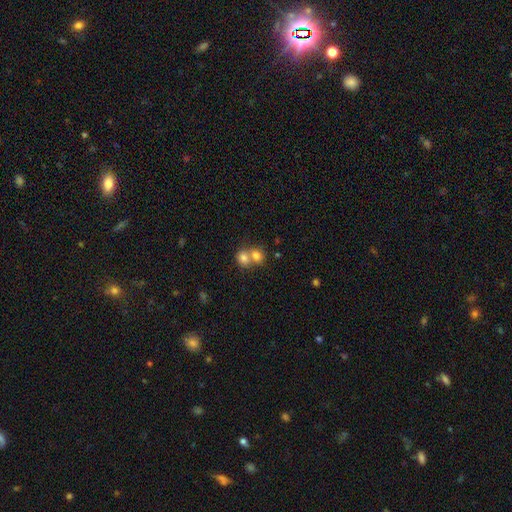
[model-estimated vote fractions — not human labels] smooth_or_featured: smooth (p=0.77) [alt: featured or disk p=0.12]
how_rounded: round (p=0.67) [alt: in between p=0.32]
merging: merger (p=0.64) [alt: none p=0.29]